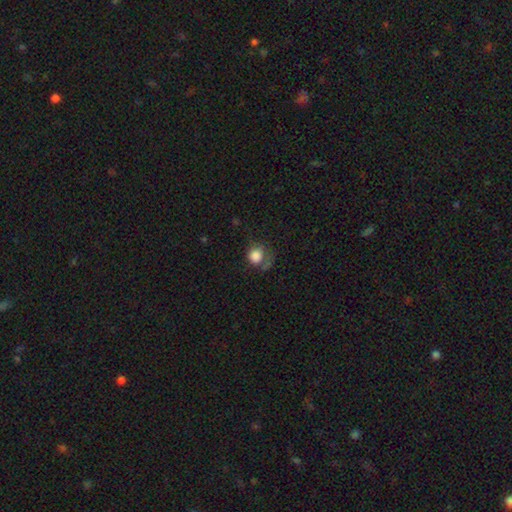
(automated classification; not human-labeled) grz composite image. It shows a smooth galaxy with no disk features (81%) that is round (81%). Merging: none (45%).